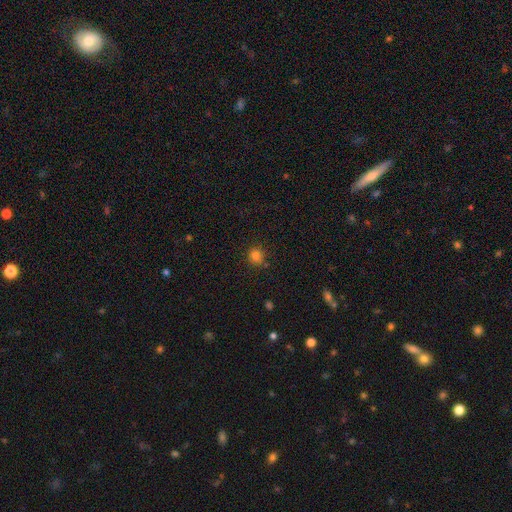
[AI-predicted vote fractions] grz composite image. It shows a smooth galaxy with no disk features (81%) that is round (88%). Merging: none (84%).